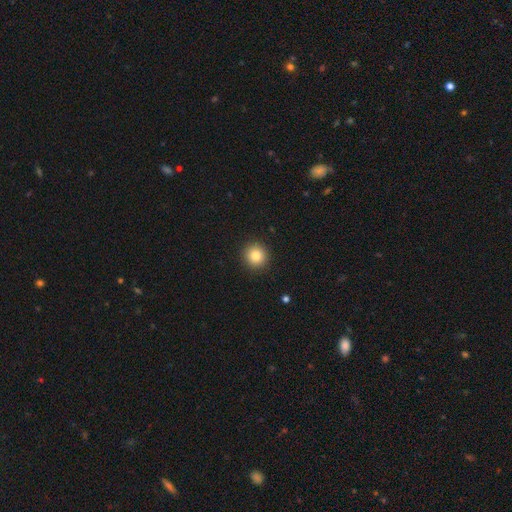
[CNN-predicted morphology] smooth-or-featured: smooth: 82% | star or artifact: 11% | featured or disk: 7%
  how-rounded: round: 95% | in between: 5% | cigar-shaped: 1%
  merging: none: 92% | minor disturbance: 5% | major disturbance: 2% | merger: 1%